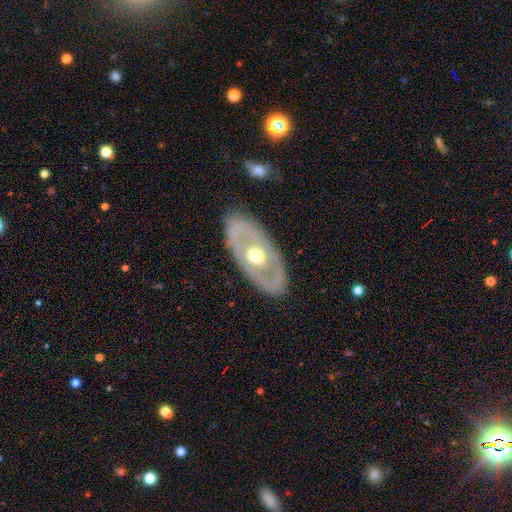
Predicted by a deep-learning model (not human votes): smooth_or_featured: featured or disk (p=0.65) [alt: smooth p=0.30]
disk_edge_on: no (p=0.85) [alt: yes p=0.15]
bar: no (p=0.86) [alt: weak p=0.10]
has_spiral_arms: no (p=0.82) [alt: yes p=0.18]
bulge_size: moderate (p=0.73) [alt: large p=0.16]
merging: none (p=0.85) [alt: minor disturbance p=0.10]